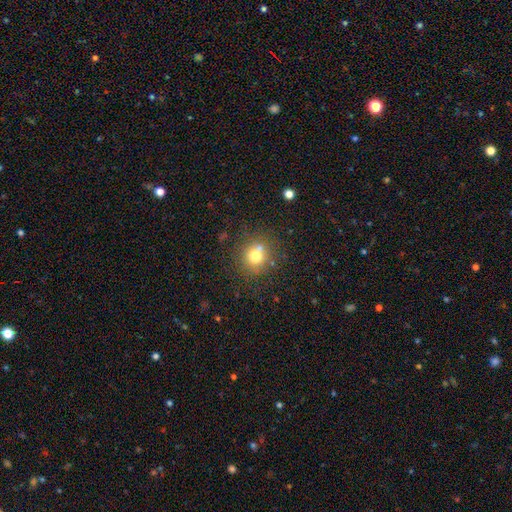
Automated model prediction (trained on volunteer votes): This appears to be a smooth galaxy with no disk features (71%) that is round (86%). Merging: none (65%).